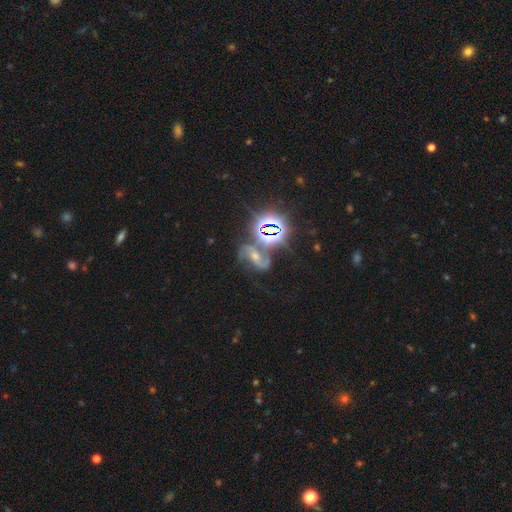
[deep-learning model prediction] The model was most divided on "smooth or featured": featured or disk: 50%, star or artifact: 38%, smooth: 12%. More confident: edge-on disk — no (94%); merging — none (53%).